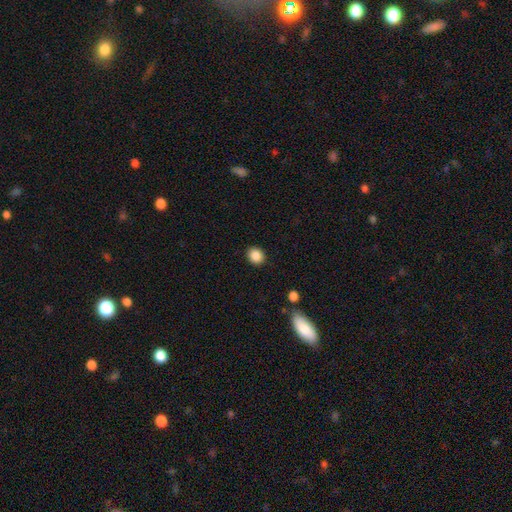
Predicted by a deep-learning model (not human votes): Overall: smooth (87%). How rounded: round (70%). Merging: none (90%).